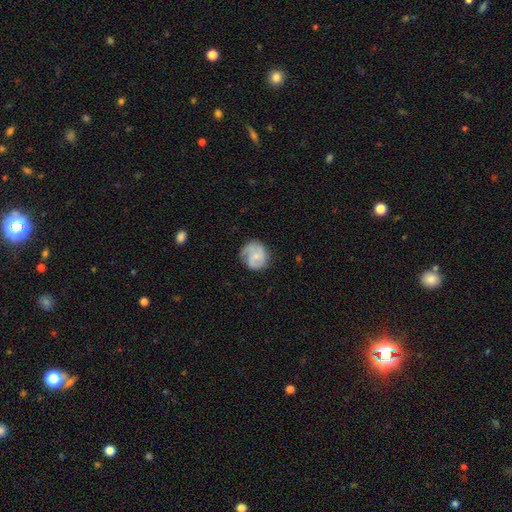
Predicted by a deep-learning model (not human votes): The model was most divided on "smooth or featured": featured or disk: 55%, smooth: 38%, star or artifact: 7%. More confident: edge-on disk — no (98%); spiral arms — yes (90%); merging — none (69%); bar — no (64%); bulge size — small (59%).